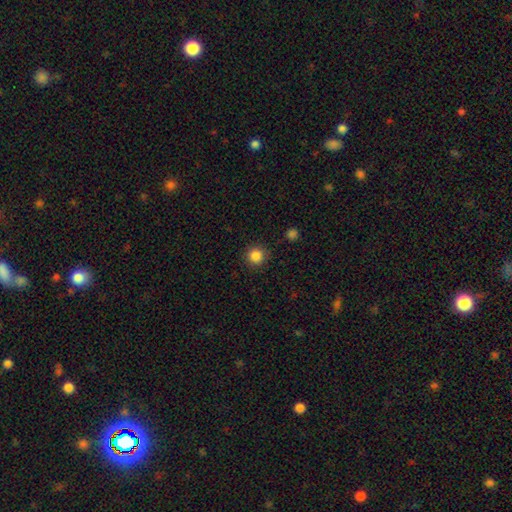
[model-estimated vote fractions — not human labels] This appears to be a smooth galaxy with no disk features (86%) that is round (95%). Merging: none (90%).